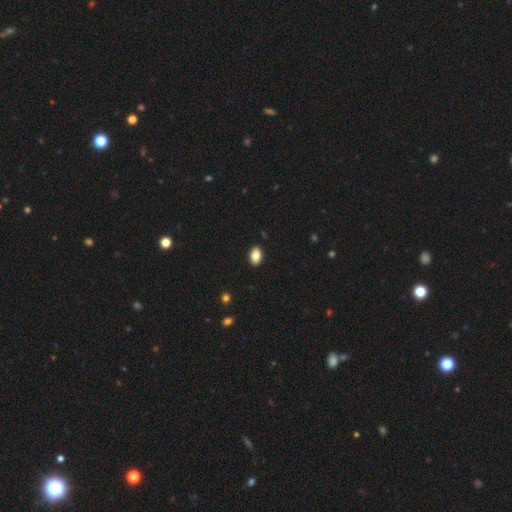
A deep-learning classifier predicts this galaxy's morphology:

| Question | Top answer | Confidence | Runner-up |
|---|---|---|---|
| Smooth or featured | smooth | 85% | star or artifact (8%) |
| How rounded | in between | 89% | round (10%) |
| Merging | none | 90% | minor disturbance (7%) |